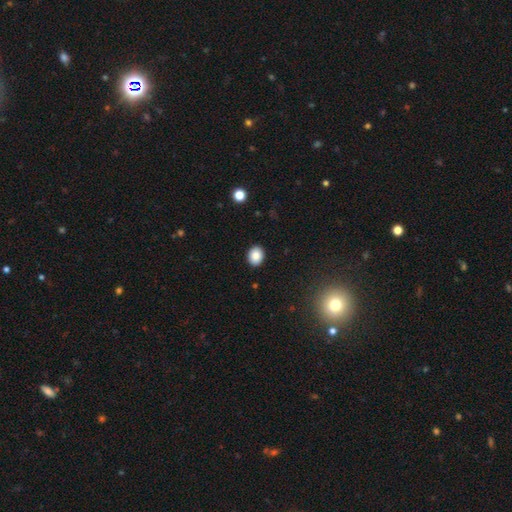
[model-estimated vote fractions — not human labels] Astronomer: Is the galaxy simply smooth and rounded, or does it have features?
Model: smooth — 87%.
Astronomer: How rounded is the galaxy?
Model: in between — 52% (runner-up: round, 47%).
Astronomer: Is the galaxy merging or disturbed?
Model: none — 91%.